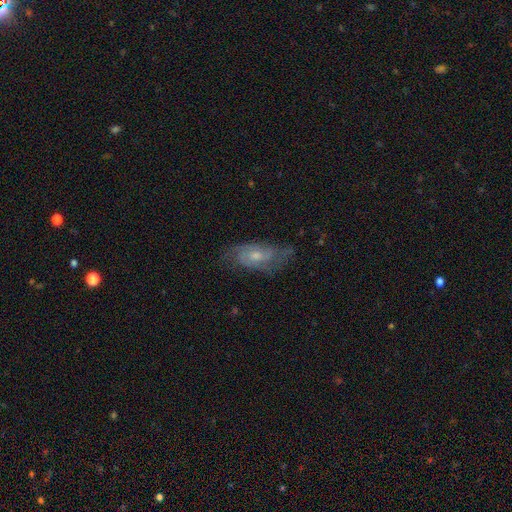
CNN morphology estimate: Smooth or featured? Predicted: featured or disk (p=0.73). Edge-on disk? Predicted: no (p=0.92). Bar? Predicted: no (p=0.62). Spiral arms? Predicted: yes (p=0.89). Spiral winding? Predicted: medium (p=0.45). Spiral arm count? Predicted: 2 (p=0.56). Bulge size? Predicted: moderate (p=0.51). Merging? Predicted: none (p=0.65).